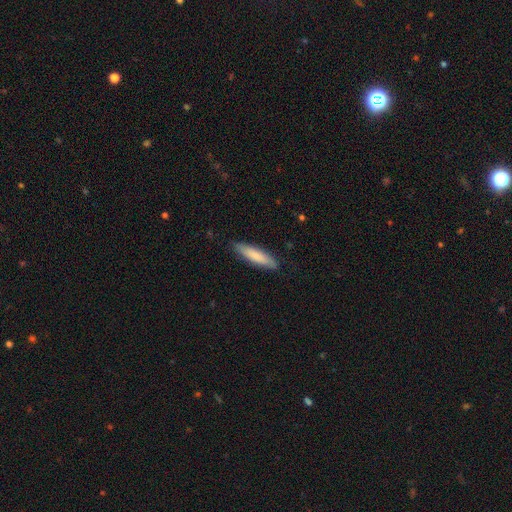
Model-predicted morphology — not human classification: Smooth or featured: smooth — 80% (featured or disk — 15%)
How rounded: cigar-shaped — 80% (in between — 19%)
Merging: none — 86% (minor disturbance — 11%)